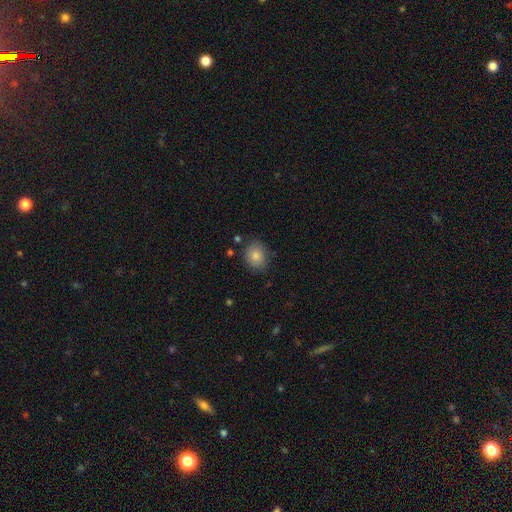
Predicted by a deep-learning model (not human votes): This appears to be a smooth galaxy with no disk features (83%) that is round (67%). Merging: none (82%).